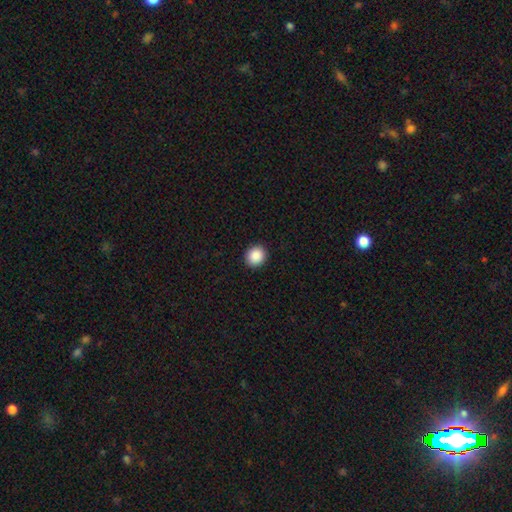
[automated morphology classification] Smooth or featured?
  - smooth: 89% *
  - star or artifact: 8%
  - featured or disk: 3%
How rounded?
  - round: 83% *
  - in between: 16%
  - cigar-shaped: 1%
Merging?
  - none: 93% *
  - minor disturbance: 5%
  - major disturbance: 2%
  - merger: 1%